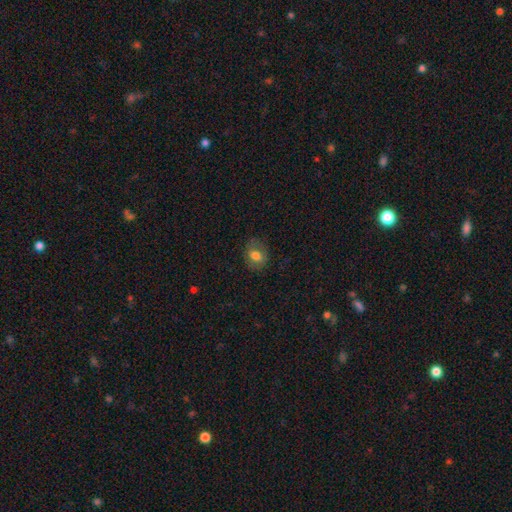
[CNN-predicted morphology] The model was most divided on "how rounded": in between: 55%, round: 44%, cigar-shaped: 1%. More confident: merging — none (79%); smooth or featured — smooth (73%).